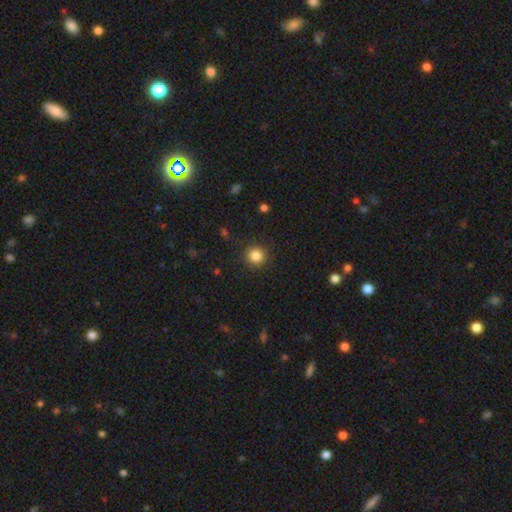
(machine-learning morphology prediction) Smooth or featured? smooth (85%)
How rounded? round (94%)
Merging? none (90%)